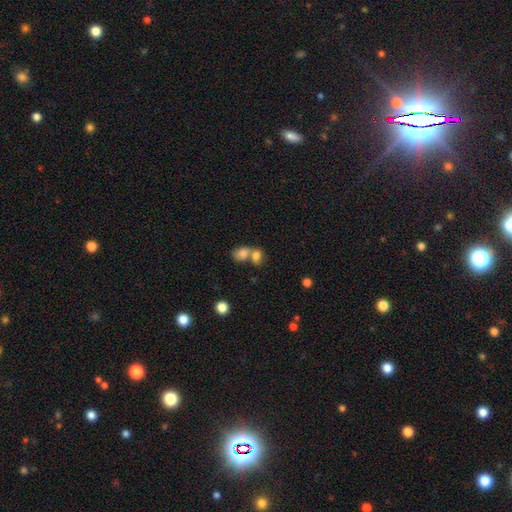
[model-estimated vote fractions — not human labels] Smooth or featured: smooth — 78% (featured or disk — 11%)
How rounded: in between — 61% (round — 37%)
Merging: merger — 63% (none — 26%)